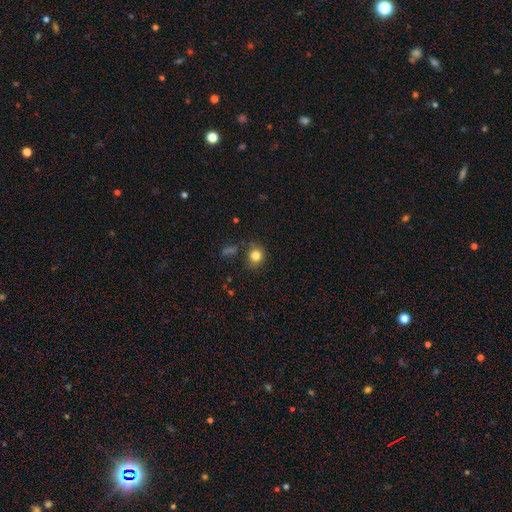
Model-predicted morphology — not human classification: Smooth or featured? smooth (82%)
How rounded? round (79%)
Merging? none (77%)